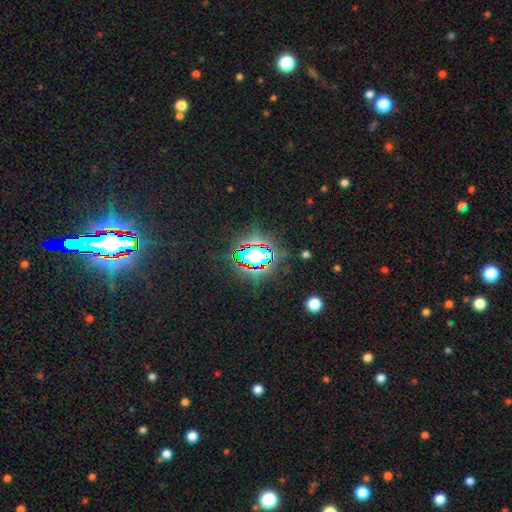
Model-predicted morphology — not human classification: The model was most divided on "smooth or featured": star or artifact: 71%, smooth: 17%, featured or disk: 12%.